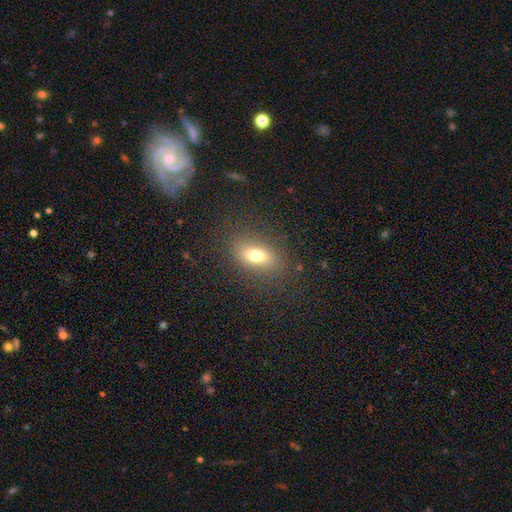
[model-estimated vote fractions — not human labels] Smooth or featured?
  - smooth: 72% *
  - featured or disk: 15%
  - star or artifact: 12%
How rounded?
  - in between: 79% *
  - round: 15%
  - cigar-shaped: 6%
Merging?
  - none: 82% *
  - minor disturbance: 11%
  - major disturbance: 5%
  - merger: 1%